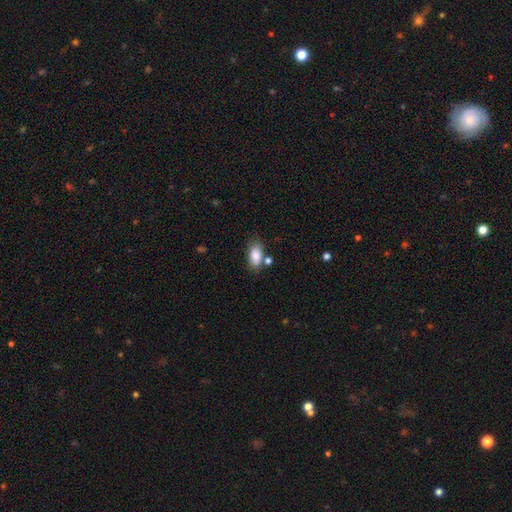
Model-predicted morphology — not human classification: smooth-or-featured: smooth: 85% | featured or disk: 7% | star or artifact: 7%
  how-rounded: in between: 91% | round: 5% | cigar-shaped: 4%
  merging: none: 66% | minor disturbance: 17% | merger: 12% | major disturbance: 5%